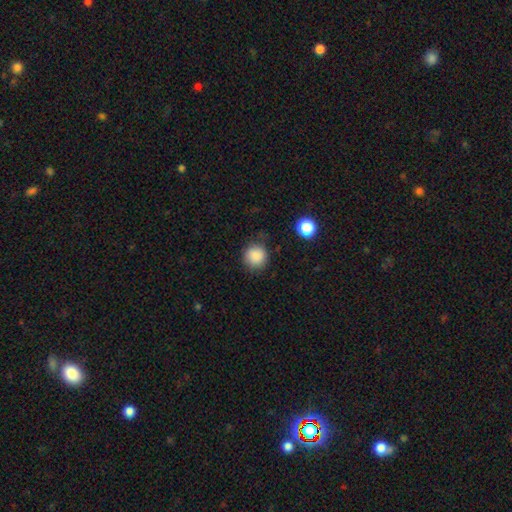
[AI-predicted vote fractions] A smooth galaxy with no disk features (87%) that is round (91%).

Vote fractions:
- Smooth or featured? smooth: 87% / star or artifact: 10% / featured or disk: 4%
- How rounded? round: 91% / in between: 8% / cigar-shaped: 1%
- Merging? none: 80% / minor disturbance: 14% / major disturbance: 4% / merger: 2%